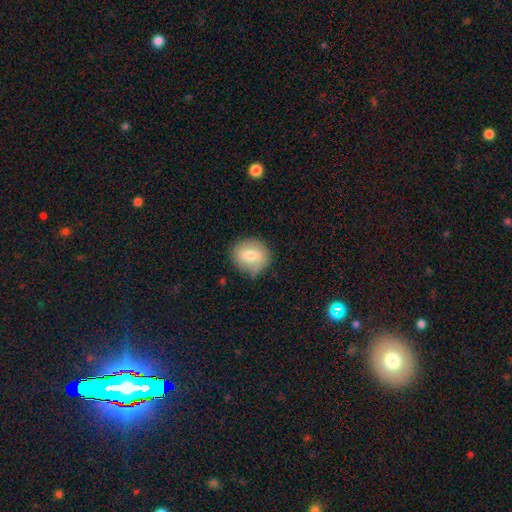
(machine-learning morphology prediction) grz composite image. It shows a smooth galaxy with no disk features (69%) that is round (76%). Merging: none (76%).